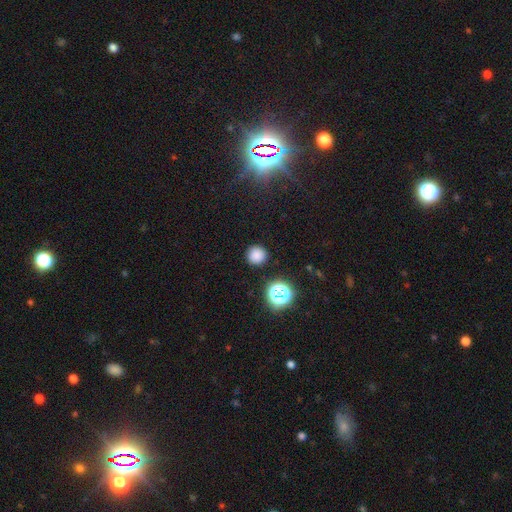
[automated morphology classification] A smooth galaxy with no disk features (78%) that is round (93%).

Vote fractions:
- Smooth or featured? smooth: 78% / star or artifact: 17% / featured or disk: 5%
- How rounded? round: 93% / in between: 6% / cigar-shaped: 1%
- Merging? none: 88% / minor disturbance: 7% / major disturbance: 3% / merger: 2%